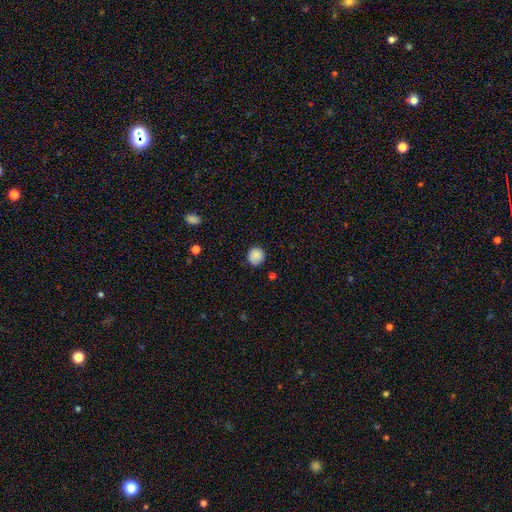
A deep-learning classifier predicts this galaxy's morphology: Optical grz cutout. It shows a smooth galaxy with no disk features (87%) that is round (91%). Merging: none (85%).